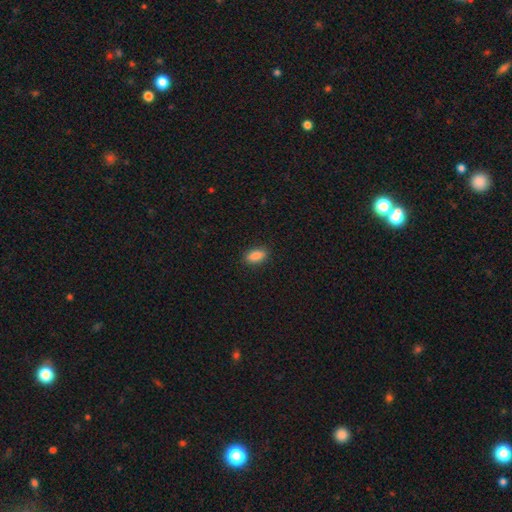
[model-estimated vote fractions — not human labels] Smooth or featured? Predicted: smooth (p=0.88). How rounded? Predicted: in between (p=0.88). Merging? Predicted: none (p=0.88).